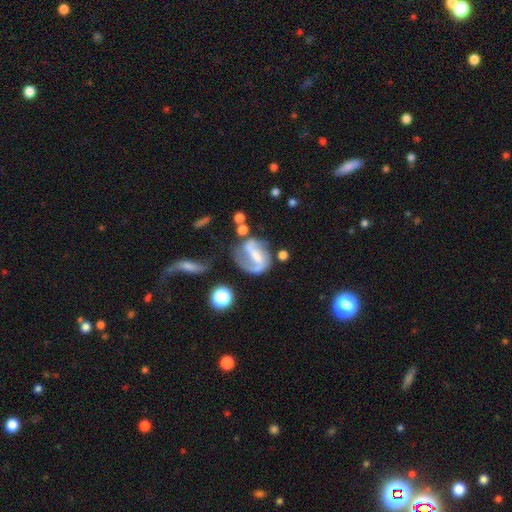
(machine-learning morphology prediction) Q: Smooth or featured?
A: featured or disk (76%); runner-up: smooth (16%)
Q: Edge-on disk?
A: no (97%); runner-up: yes (3%)
Q: Bar?
A: strong (45%); runner-up: weak (37%)
Q: Spiral arms?
A: yes (87%); runner-up: no (13%)
Q: Spiral winding?
A: medium (43%); runner-up: loose (39%)
Q: Spiral arm count?
A: 2 (72%); runner-up: 1 (17%)
Q: Bulge size?
A: small (33%); runner-up: moderate (32%)
Q: Merging?
A: none (49%); runner-up: major disturbance (21%)